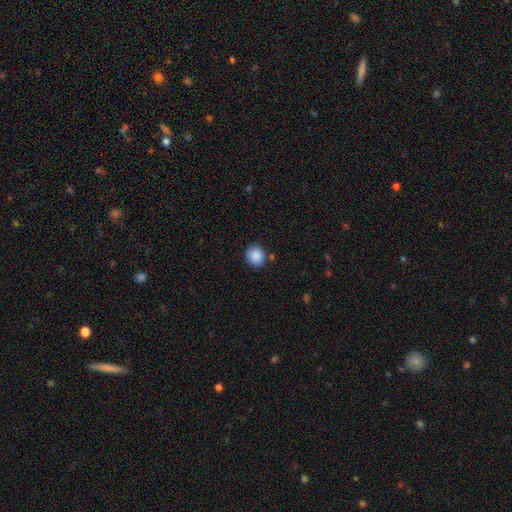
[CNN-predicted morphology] Smooth or featured? Predicted: smooth (p=0.88). How rounded? Predicted: round (p=0.80). Merging? Predicted: none (p=0.83).